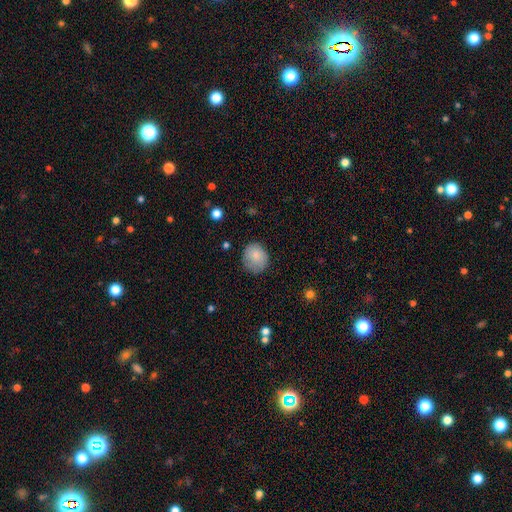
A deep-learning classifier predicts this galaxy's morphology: A smooth galaxy with no disk features (84%) that is round (80%).

Vote fractions:
- Smooth or featured? smooth: 84% / featured or disk: 9% / star or artifact: 7%
- How rounded? round: 80% / in between: 19% / cigar-shaped: 1%
- Merging? none: 77% / minor disturbance: 18% / major disturbance: 4% / merger: 1%